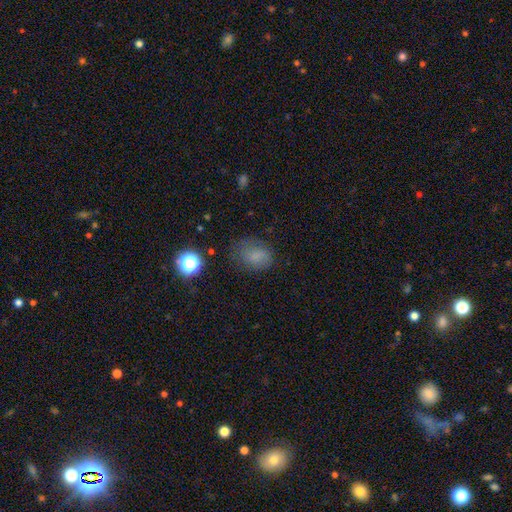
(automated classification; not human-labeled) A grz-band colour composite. It shows a smooth galaxy with no disk features (73%) that is in between round and cigar-shaped (59%). Merging: none (63%).